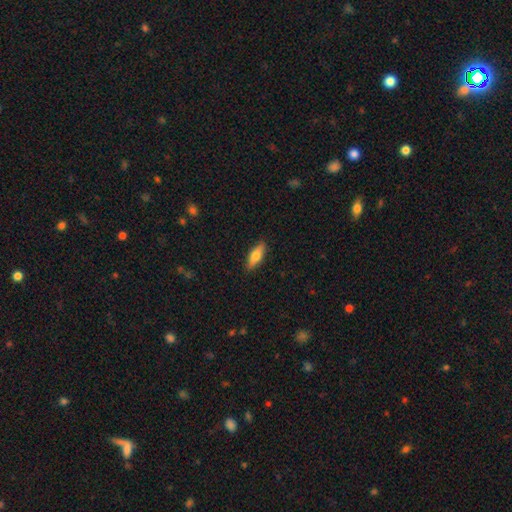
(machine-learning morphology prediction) This is likely a smooth galaxy (69%). How rounded: likely in between (61%). Merging: clearly none (88%).